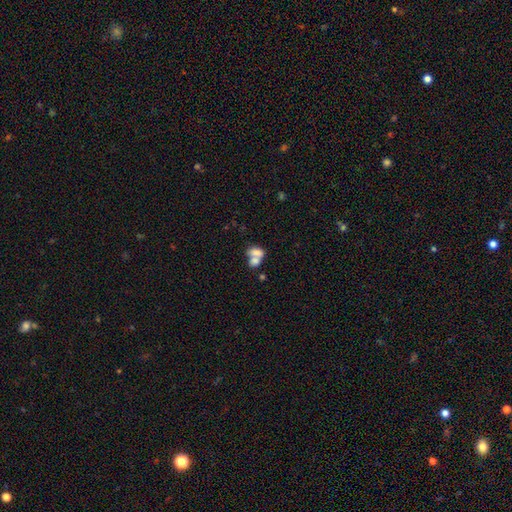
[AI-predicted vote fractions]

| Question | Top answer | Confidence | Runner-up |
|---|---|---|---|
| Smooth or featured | smooth | 71% | featured or disk (19%) |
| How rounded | in between | 79% | round (18%) |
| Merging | merger | 68% | none (19%) |